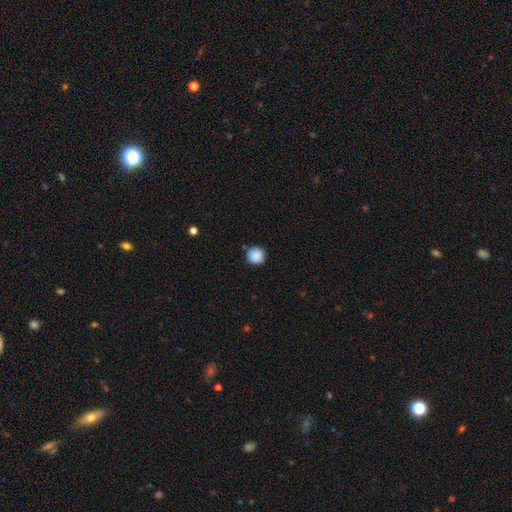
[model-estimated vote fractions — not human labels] Overall: smooth (88%). How rounded: round (94%). Merging: none (86%).